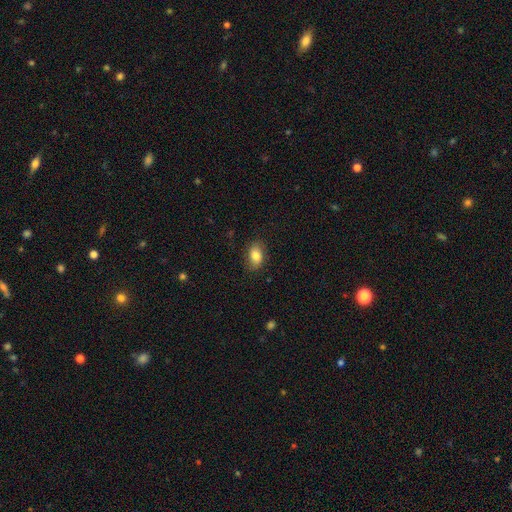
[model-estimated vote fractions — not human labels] This is clearly a smooth galaxy (81%). How rounded: clearly in between (86%). Merging: clearly none (81%).